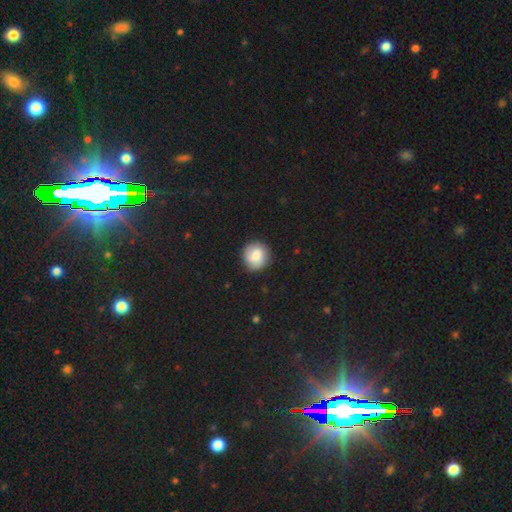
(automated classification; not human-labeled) This is likely a smooth galaxy (77%). How rounded: clearly round (91%). Merging: clearly none (86%).